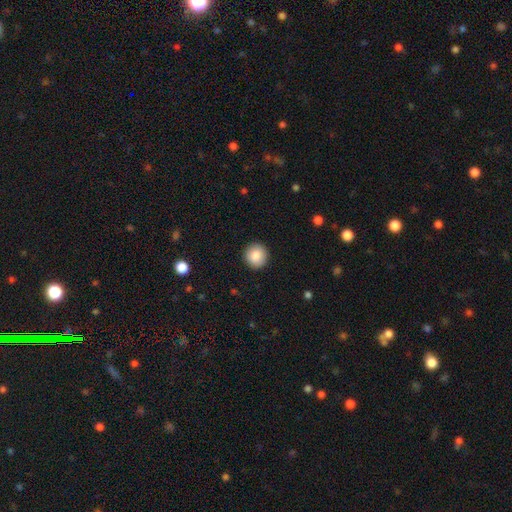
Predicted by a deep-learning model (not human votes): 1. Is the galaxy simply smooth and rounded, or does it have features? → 87% smooth, 8% star or artifact, 5% featured or disk.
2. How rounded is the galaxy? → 93% round, 6% in between, 1% cigar-shaped.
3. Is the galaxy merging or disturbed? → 92% none, 5% minor disturbance, 2% major disturbance, 1% merger.